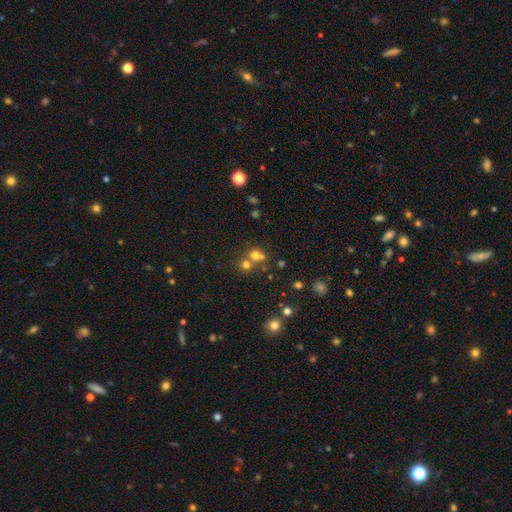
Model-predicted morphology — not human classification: type=smooth (68%); roundness=round (80%); merging=merger (46%).